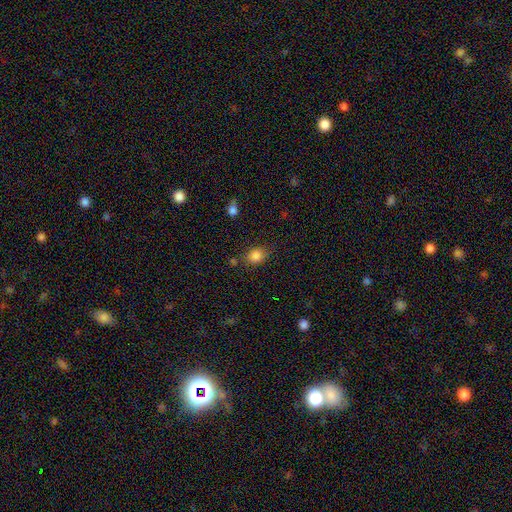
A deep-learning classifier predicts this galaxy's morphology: type=smooth (85%); roundness=in between (54%); merging=none (76%).